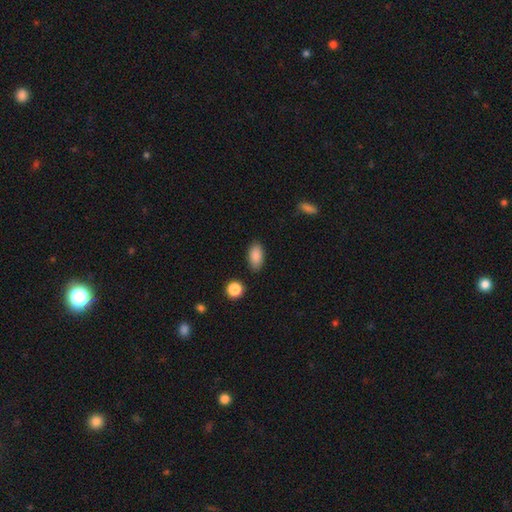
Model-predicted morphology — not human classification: A smooth galaxy with no disk features (87%) that is in between round and cigar-shaped (92%).

Vote fractions:
- Smooth or featured? smooth: 87% / star or artifact: 8% / featured or disk: 5%
- How rounded? in between: 92% / round: 4% / cigar-shaped: 4%
- Merging? none: 85% / minor disturbance: 10% / major disturbance: 2% / merger: 2%